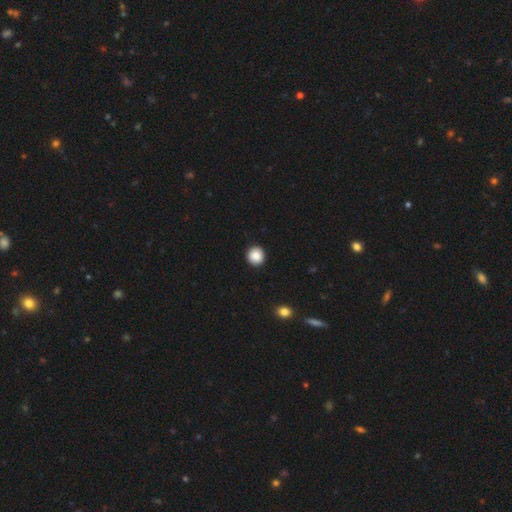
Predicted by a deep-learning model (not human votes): This appears to be a smooth galaxy with no disk features (88%) that is round (93%). Merging: none (93%).